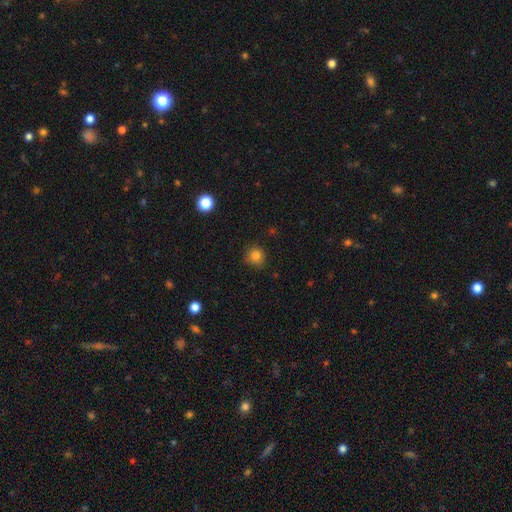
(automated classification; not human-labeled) Smooth or featured?
  - smooth: 83% *
  - star or artifact: 13%
  - featured or disk: 5%
How rounded?
  - round: 88% *
  - in between: 11%
  - cigar-shaped: 1%
Merging?
  - none: 83% *
  - minor disturbance: 13%
  - major disturbance: 3%
  - merger: 1%